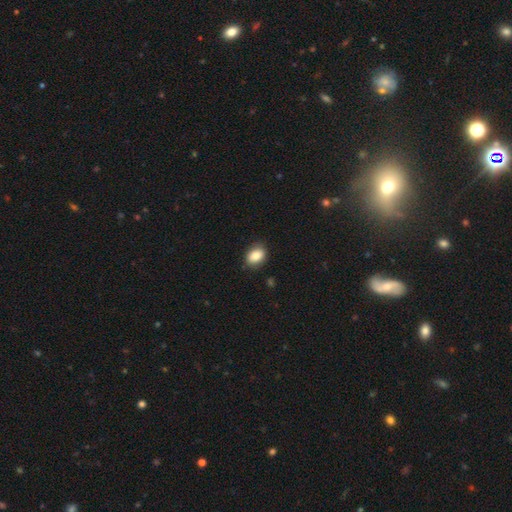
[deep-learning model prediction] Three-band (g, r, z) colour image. It shows a smooth galaxy with no disk features (85%) that is in between round and cigar-shaped (75%). Merging: none (85%).